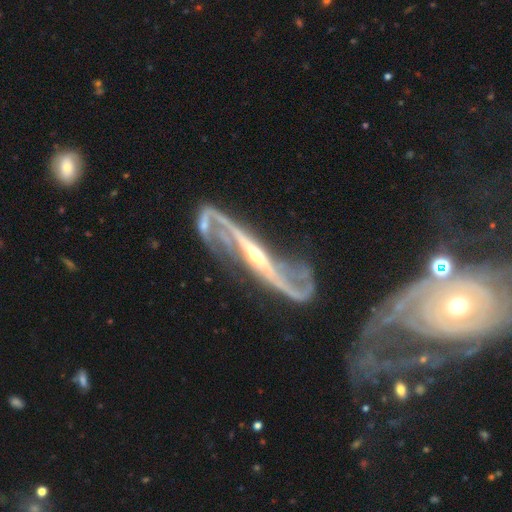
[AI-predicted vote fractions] A featured or disk galaxy (91%) with a strong bar (53%), 2 (89%) loose (60%) spiral arms (96%) and a small central bulge (52%). Merging: none (48%).